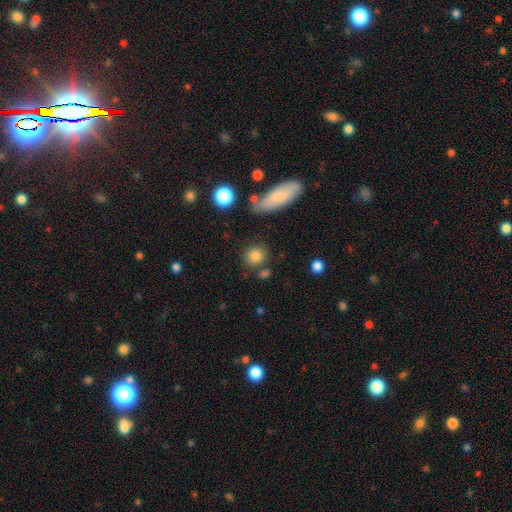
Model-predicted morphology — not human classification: smooth 82%, star or artifact 11%, featured or disk 8%. Down the decision tree: how rounded — round (85%); merging — none (79%).